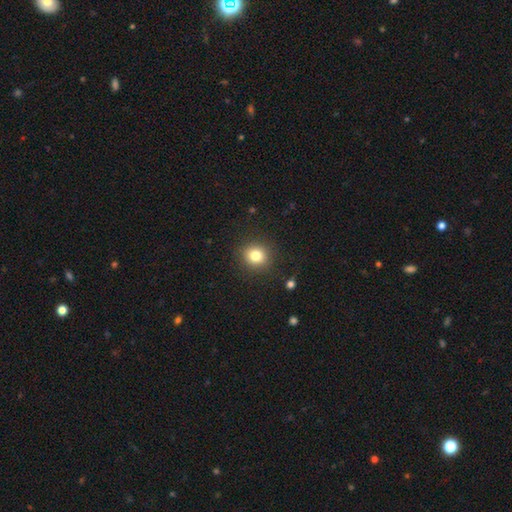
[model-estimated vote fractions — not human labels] Overall: smooth (81%). How rounded: round (86%). Merging: none (89%).